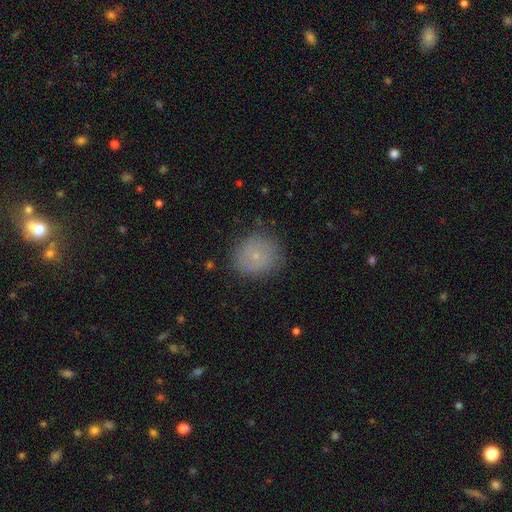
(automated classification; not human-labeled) smooth_or_featured: smooth (p=0.67) [alt: featured or disk p=0.22]
how_rounded: round (p=0.86) [alt: in between p=0.13]
merging: none (p=0.80) [alt: minor disturbance p=0.15]